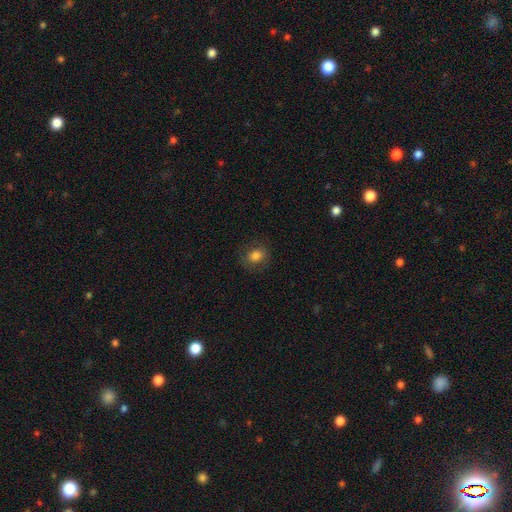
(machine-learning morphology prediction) A smooth galaxy with no disk features (78%) that is round (60%). Merging: none (82%).